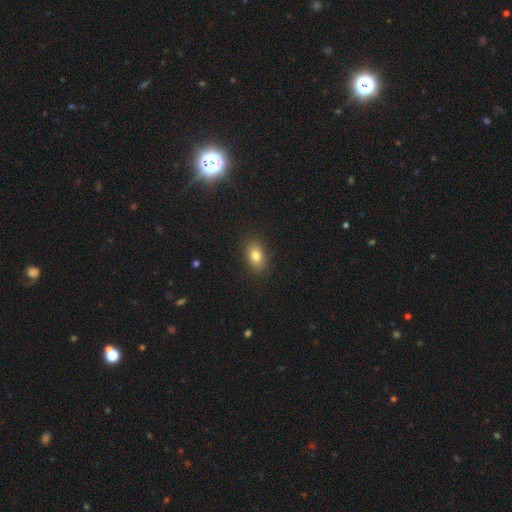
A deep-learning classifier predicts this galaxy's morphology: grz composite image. It shows a smooth galaxy with no disk features (80%) that is in between round and cigar-shaped (83%). Merging: none (88%).